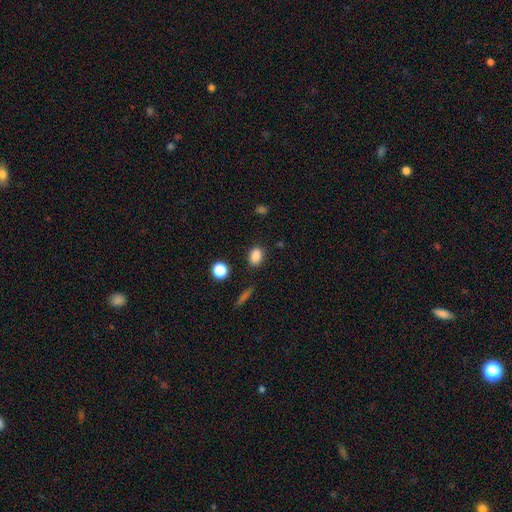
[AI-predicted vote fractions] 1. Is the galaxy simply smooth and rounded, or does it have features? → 85% smooth, 11% star or artifact, 4% featured or disk.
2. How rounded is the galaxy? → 71% in between, 27% round, 2% cigar-shaped.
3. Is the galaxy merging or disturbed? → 82% none, 12% minor disturbance, 3% major disturbance, 3% merger.